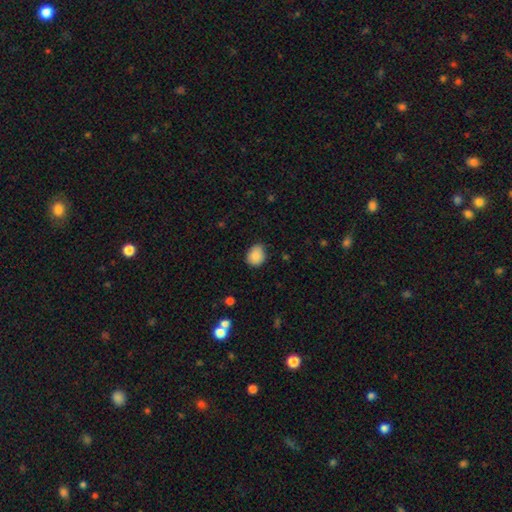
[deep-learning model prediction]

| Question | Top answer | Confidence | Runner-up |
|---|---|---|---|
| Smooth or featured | smooth | 87% | star or artifact (8%) |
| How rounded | round | 56% | in between (44%) |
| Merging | none | 73% | minor disturbance (22%) |